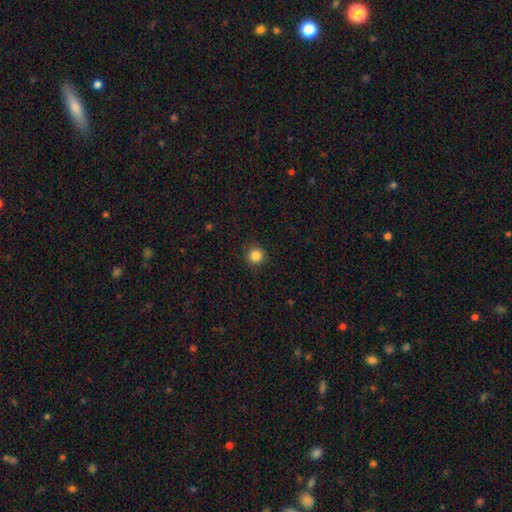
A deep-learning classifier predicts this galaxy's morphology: The model was most divided on "smooth or featured": smooth: 85%, star or artifact: 11%, featured or disk: 4%. More confident: how rounded — round (94%); merging — none (90%).